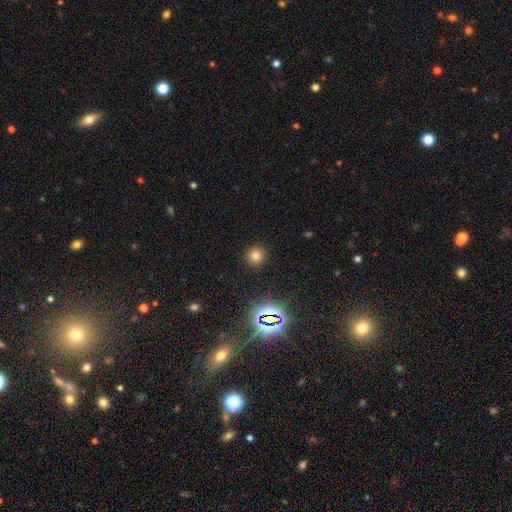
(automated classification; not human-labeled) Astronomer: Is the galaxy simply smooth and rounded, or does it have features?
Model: smooth — 72%.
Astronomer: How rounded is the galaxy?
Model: round — 91%.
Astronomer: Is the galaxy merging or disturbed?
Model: none — 90%.